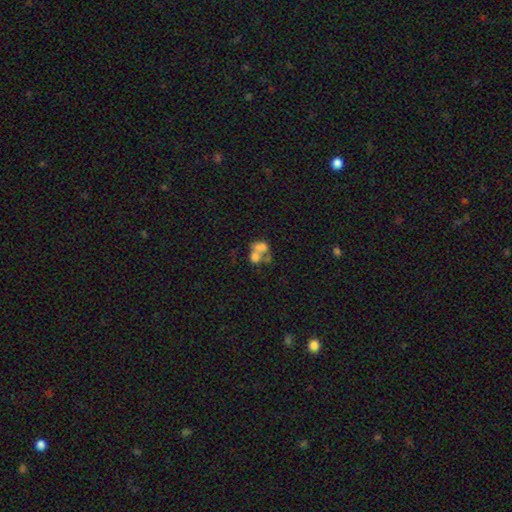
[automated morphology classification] smooth 55%, featured or disk 32%, star or artifact 13%. Down the decision tree: how rounded — in between (55%); merging — merger (66%).